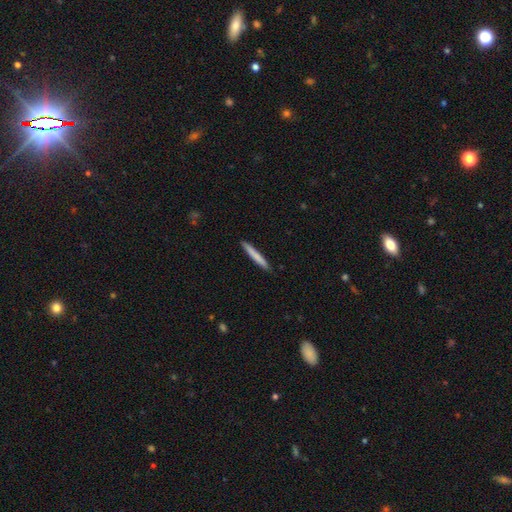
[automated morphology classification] Smooth or featured? Predicted: smooth (p=0.76). How rounded? Predicted: cigar-shaped (p=0.96). Merging? Predicted: none (p=0.91).